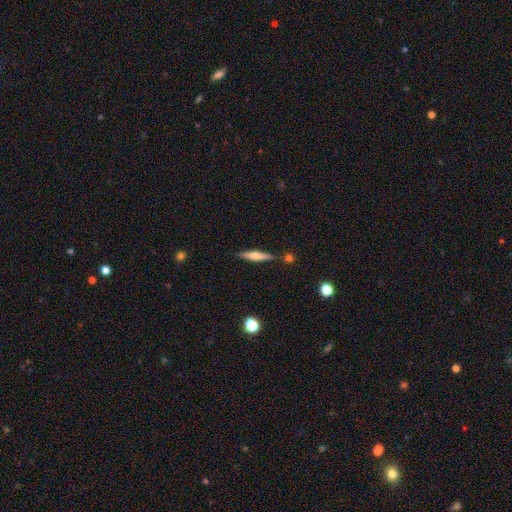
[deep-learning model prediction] A featured or disk galaxy (49%). Merging: none (84%).